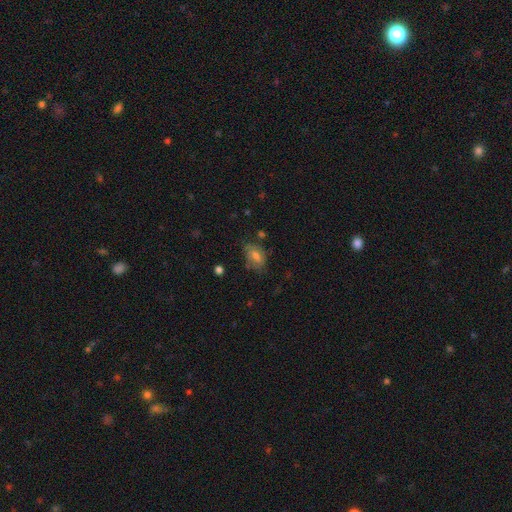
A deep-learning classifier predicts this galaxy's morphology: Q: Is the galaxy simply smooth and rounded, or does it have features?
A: smooth — 57%.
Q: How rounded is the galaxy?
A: in between — 83%.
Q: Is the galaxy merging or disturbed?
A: none — 55%.